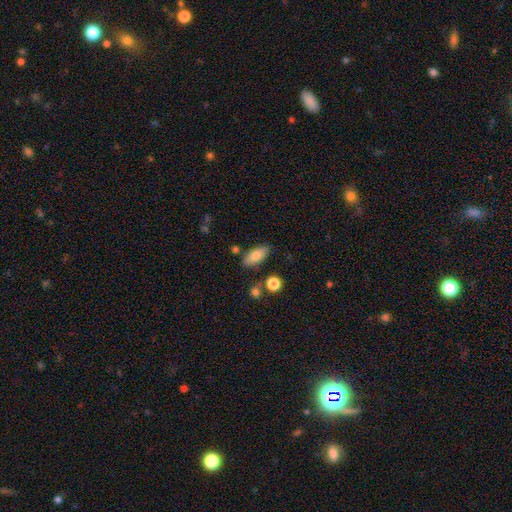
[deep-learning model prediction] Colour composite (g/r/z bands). It shows a smooth galaxy with no disk features (81%) that is in between round and cigar-shaped (86%). Merging: none (79%).